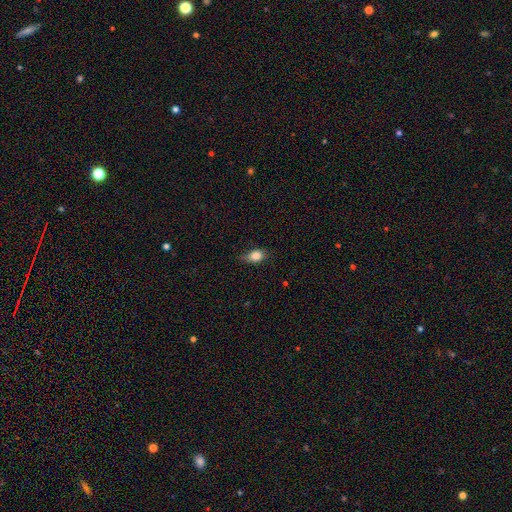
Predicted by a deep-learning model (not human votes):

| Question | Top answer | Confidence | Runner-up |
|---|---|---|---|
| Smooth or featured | smooth | 84% | star or artifact (9%) |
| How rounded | in between | 76% | round (21%) |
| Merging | none | 66% | minor disturbance (27%) |